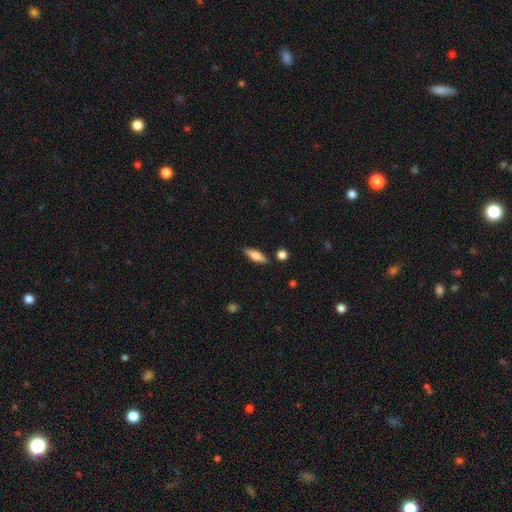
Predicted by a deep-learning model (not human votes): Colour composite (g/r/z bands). It shows a smooth galaxy with no disk features (68%) that is in between round and cigar-shaped (52%). Merging: none (85%).